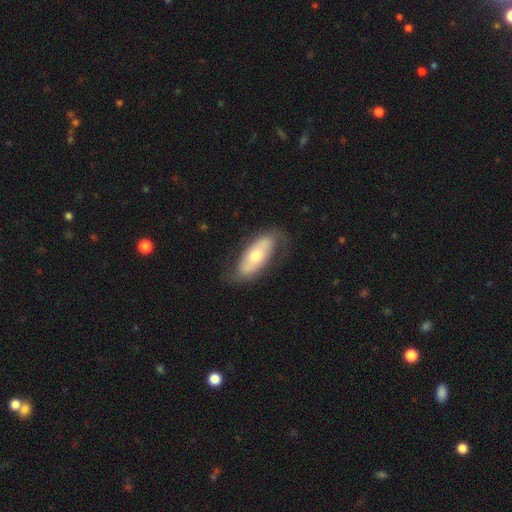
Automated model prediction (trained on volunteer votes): Q: Smooth or featured?
A: smooth (49%); runner-up: featured or disk (46%)
Q: Merging?
A: none (70%); runner-up: minor disturbance (21%)